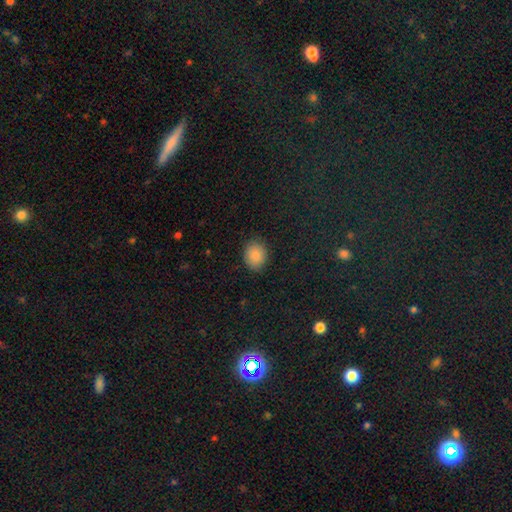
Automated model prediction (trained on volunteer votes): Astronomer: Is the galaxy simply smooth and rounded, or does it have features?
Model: smooth — 86%.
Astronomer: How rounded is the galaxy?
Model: round — 56% (runner-up: in between, 43%).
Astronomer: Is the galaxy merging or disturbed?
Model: none — 86%.